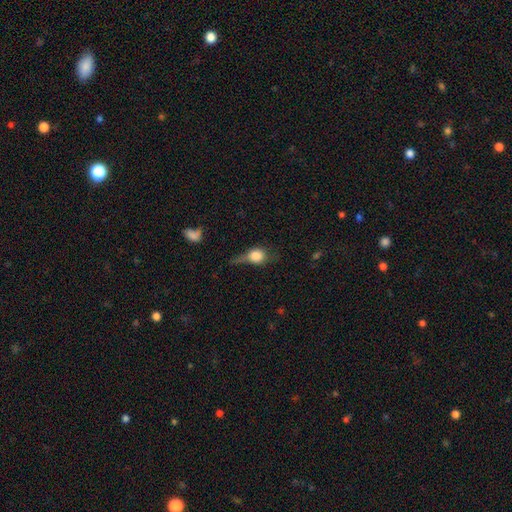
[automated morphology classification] Smooth or featured? smooth (70%)
How rounded? round (63%)
Merging? none (33%)